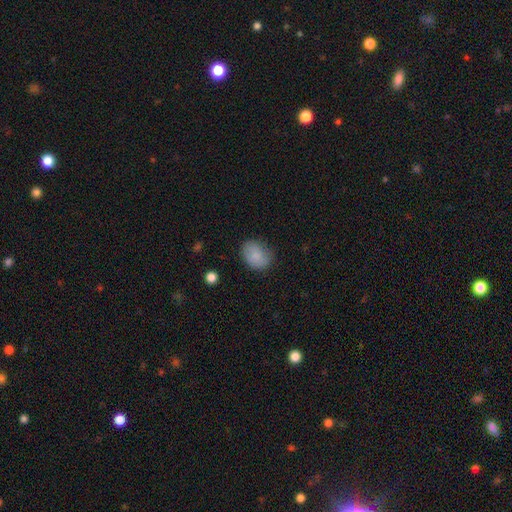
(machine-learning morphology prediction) smooth-or-featured: smooth: 83% | featured or disk: 9% | star or artifact: 8%
  how-rounded: in between: 65% | round: 34% | cigar-shaped: 1%
  merging: none: 73% | minor disturbance: 21% | major disturbance: 5% | merger: 1%